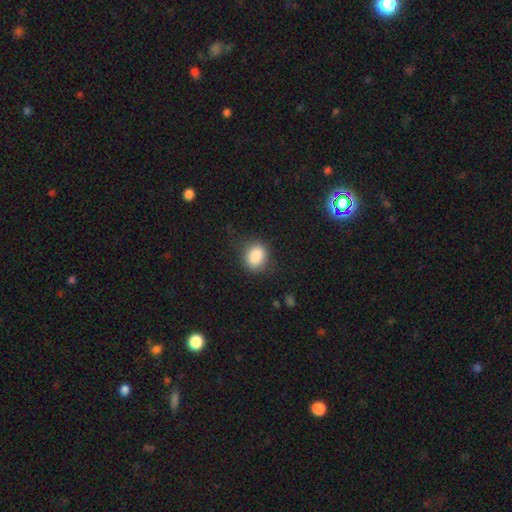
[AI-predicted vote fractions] A smooth galaxy with no disk features (86%) that is in between round and cigar-shaped (54%). Merging: none (76%).